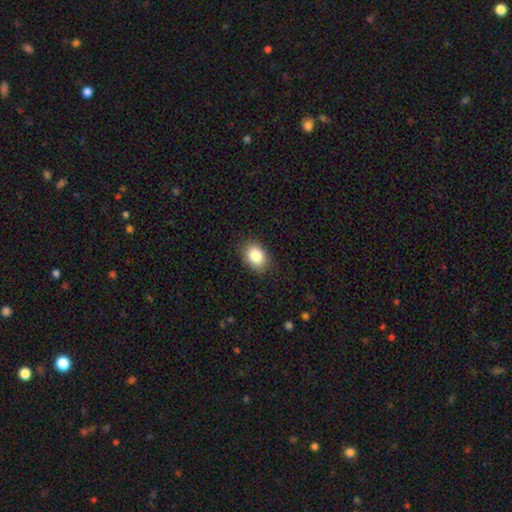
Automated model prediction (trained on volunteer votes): smooth 84%, star or artifact 9%, featured or disk 7%. Down the decision tree: how rounded — in between (68%); merging — none (84%).